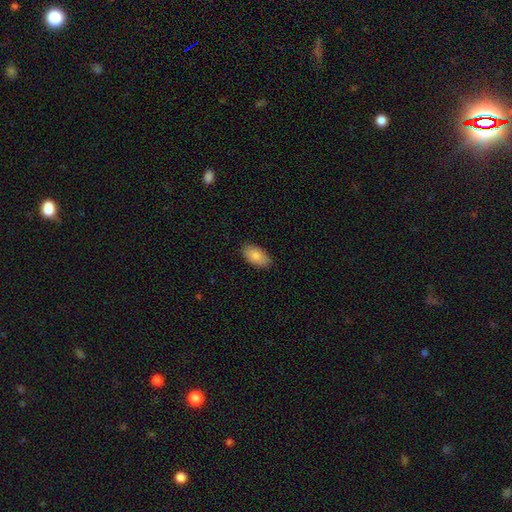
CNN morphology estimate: Smooth or featured: smooth — 86% (featured or disk — 7%)
How rounded: in between — 94% (round — 3%)
Merging: none — 85% (minor disturbance — 12%)